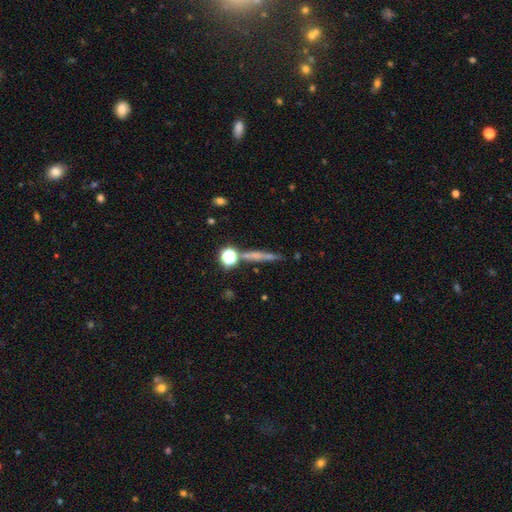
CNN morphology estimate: Smooth or featured? smooth (43%)
Merging? none (76%)